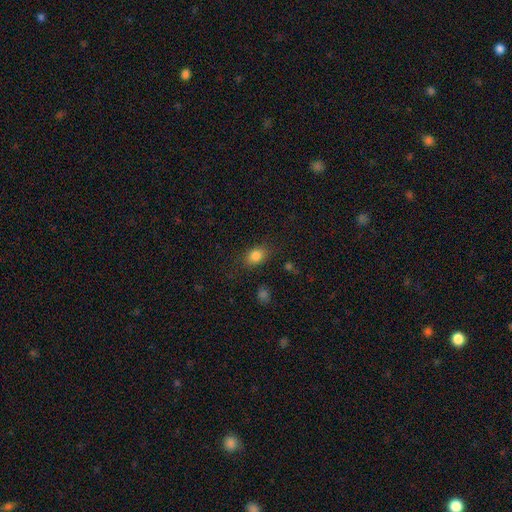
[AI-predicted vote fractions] Smooth or featured? Predicted: smooth (p=0.83). How rounded? Predicted: in between (p=0.72). Merging? Predicted: none (p=0.80).